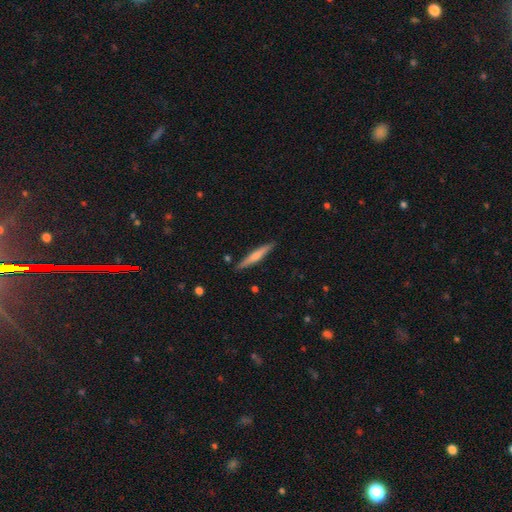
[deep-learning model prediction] Q: Smooth or featured?
A: smooth (53%); runner-up: featured or disk (42%)
Q: How rounded?
A: cigar-shaped (93%); runner-up: in between (6%)
Q: Merging?
A: none (88%); runner-up: minor disturbance (8%)